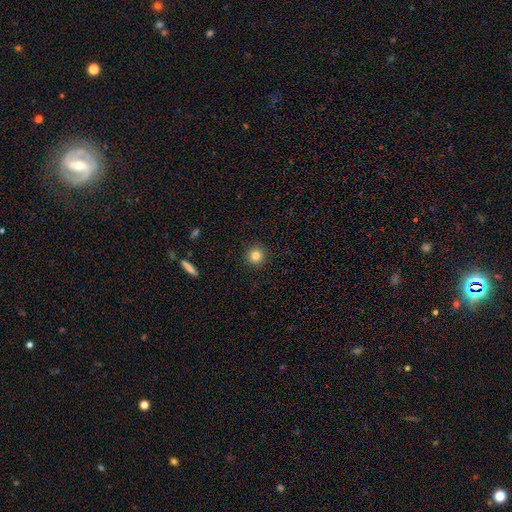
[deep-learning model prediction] This is clearly a smooth galaxy (83%). How rounded: clearly round (95%). Merging: clearly none (92%).